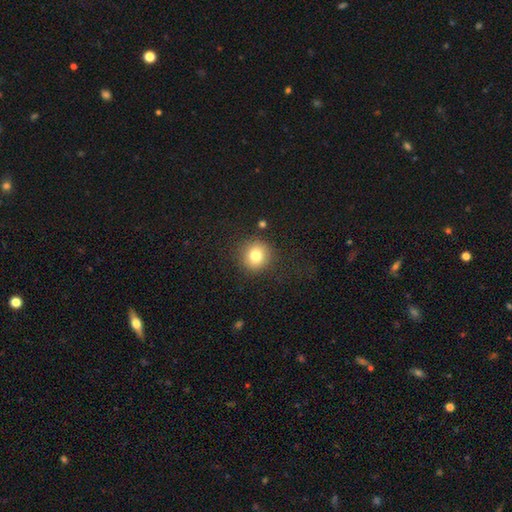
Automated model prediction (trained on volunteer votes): Smooth or featured?
  - smooth: 79% *
  - star or artifact: 11%
  - featured or disk: 9%
How rounded?
  - round: 92% *
  - in between: 7%
  - cigar-shaped: 1%
Merging?
  - none: 87% *
  - minor disturbance: 7%
  - major disturbance: 4%
  - merger: 2%